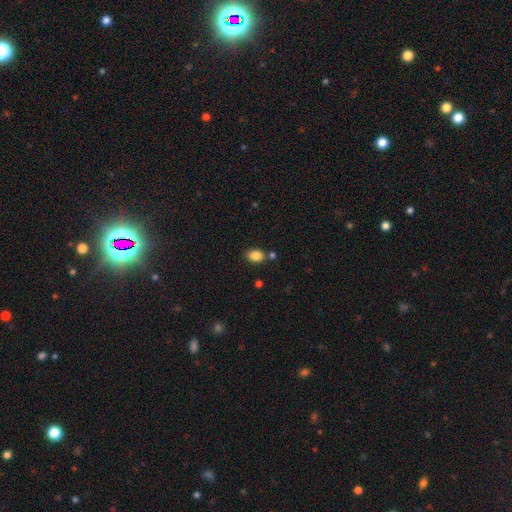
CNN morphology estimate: Q: Smooth or featured?
A: smooth (86%); runner-up: star or artifact (10%)
Q: How rounded?
A: in between (75%); runner-up: round (24%)
Q: Merging?
A: none (75%); runner-up: minor disturbance (11%)